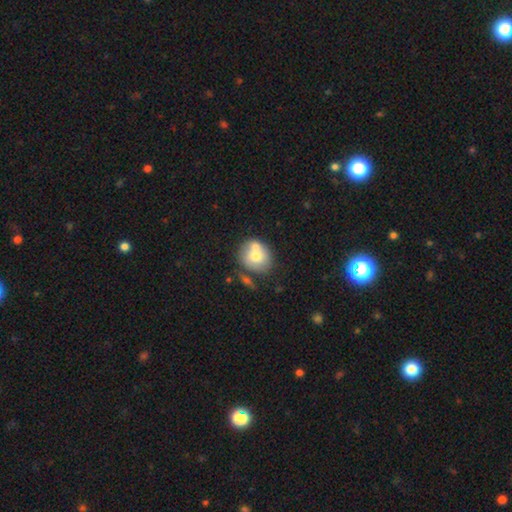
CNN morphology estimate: A smooth galaxy with no disk features (65%) that is round (75%). Merging: none (46%).